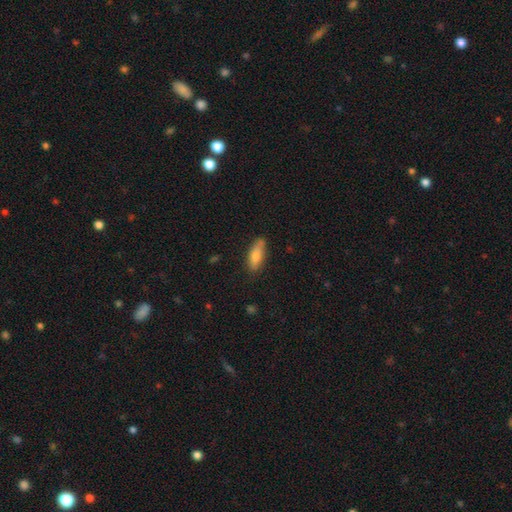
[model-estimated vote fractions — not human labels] Smooth or featured?
  - smooth: 78% *
  - featured or disk: 16%
  - star or artifact: 7%
How rounded?
  - in between: 65% *
  - cigar-shaped: 33%
  - round: 2%
Merging?
  - none: 78% *
  - minor disturbance: 18%
  - major disturbance: 3%
  - merger: 2%